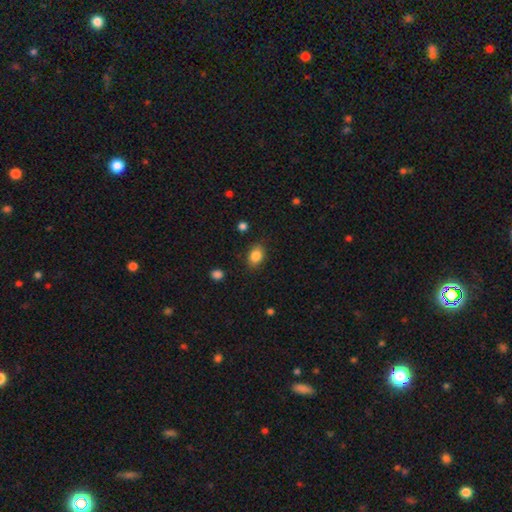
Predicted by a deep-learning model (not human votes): A smooth galaxy with no disk features (85%) that is in between round and cigar-shaped (74%).

Vote fractions:
- Smooth or featured? smooth: 85% / star or artifact: 9% / featured or disk: 6%
- How rounded? in between: 74% / round: 25% / cigar-shaped: 1%
- Merging? none: 83% / minor disturbance: 12% / major disturbance: 3% / merger: 2%